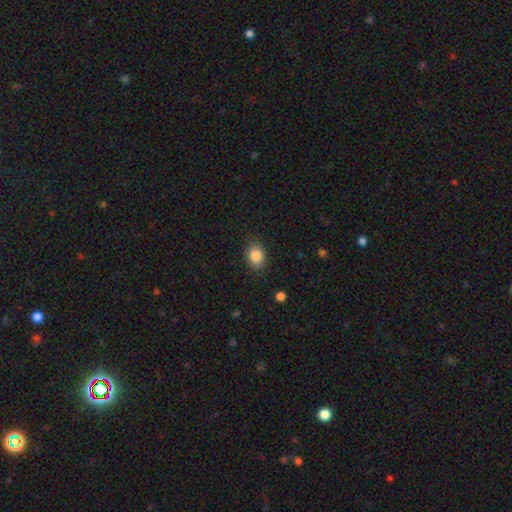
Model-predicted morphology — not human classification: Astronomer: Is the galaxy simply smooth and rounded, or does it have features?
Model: smooth — 86%.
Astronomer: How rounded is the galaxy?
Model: in between — 66%.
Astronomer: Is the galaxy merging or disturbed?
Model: none — 84%.